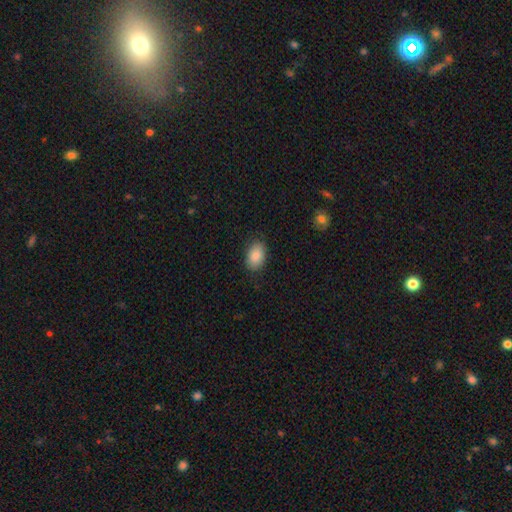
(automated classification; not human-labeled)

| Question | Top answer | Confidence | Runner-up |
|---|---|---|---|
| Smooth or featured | smooth | 86% | star or artifact (7%) |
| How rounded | in between | 88% | round (11%) |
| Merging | none | 86% | minor disturbance (11%) |